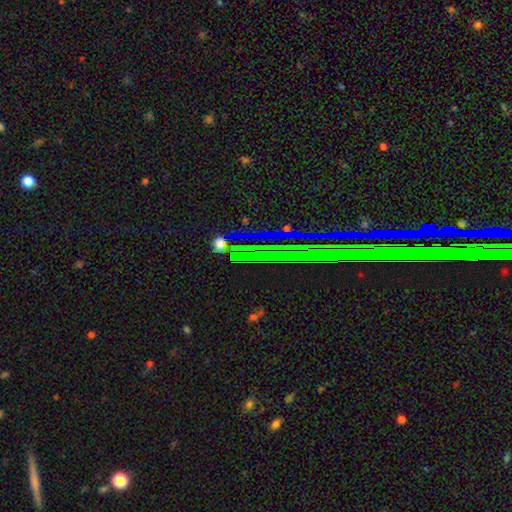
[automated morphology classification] This is likely a star or artifact rather than a galaxy (77%).